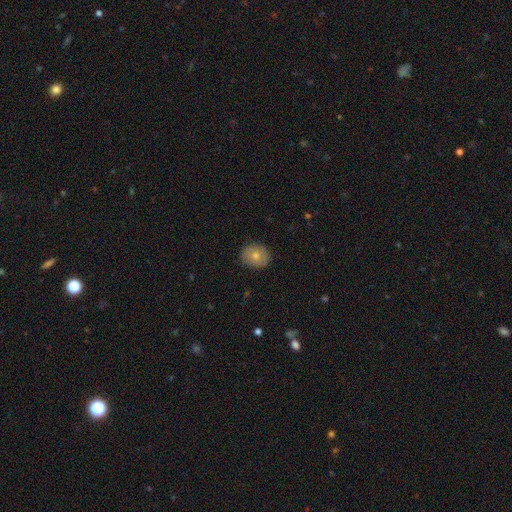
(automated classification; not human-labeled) Overall: smooth (73%). How rounded: round (56%; in between 43%). Merging: none (87%).